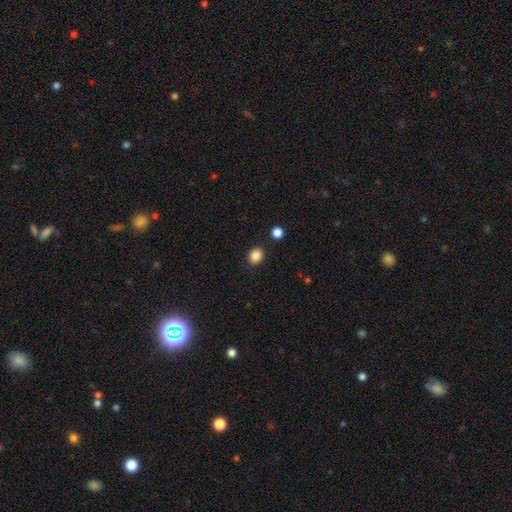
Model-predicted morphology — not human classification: smooth 87%, star or artifact 10%, featured or disk 3%. Down the decision tree: how rounded — round (61%); merging — none (89%).